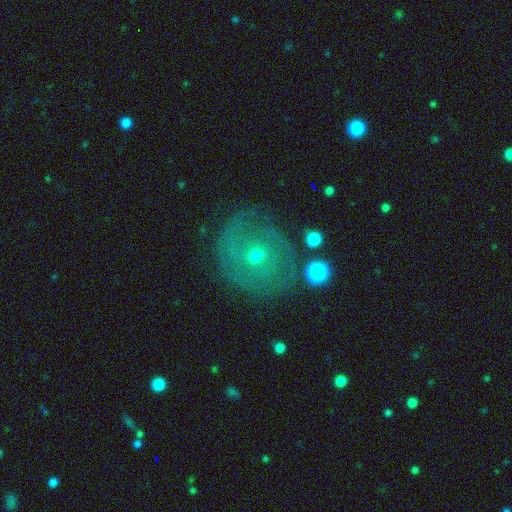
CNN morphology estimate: smooth-or-featured: featured or disk: 64% | smooth: 22% | star or artifact: 14%
  disk-edge-on: no: 96% | yes: 4%
    bar: no: 80% | weak: 16% | strong: 4%
    has-spiral-arms: yes: 72% | no: 28%
    bulge-size: small: 62% | moderate: 35% | large: 1% | none: 1% | dominant: 1%
  merging: none: 78% | minor disturbance: 13% | major disturbance: 6% | merger: 3%